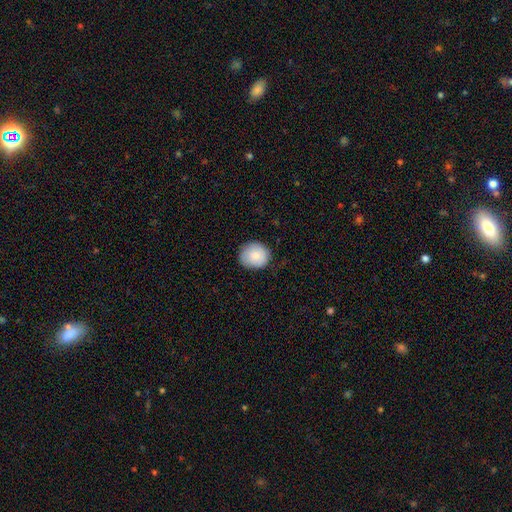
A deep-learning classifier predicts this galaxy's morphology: smooth_or_featured: smooth (p=0.85) [alt: featured or disk p=0.08]
how_rounded: round (p=0.78) [alt: in between p=0.22]
merging: none (p=0.79) [alt: minor disturbance p=0.17]